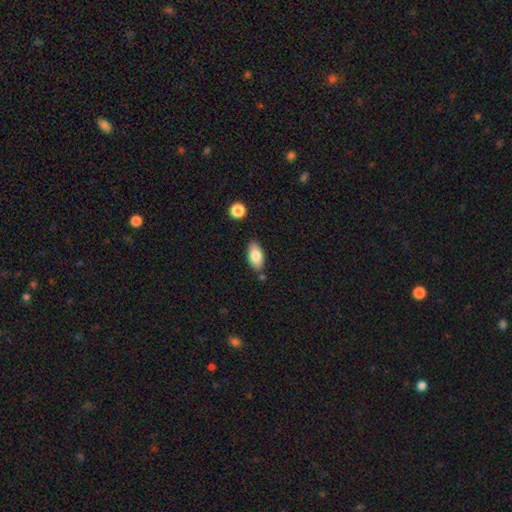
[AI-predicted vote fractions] Smooth or featured: smooth — 82% (featured or disk — 11%)
How rounded: in between — 92% (cigar-shaped — 5%)
Merging: none — 79% (minor disturbance — 14%)